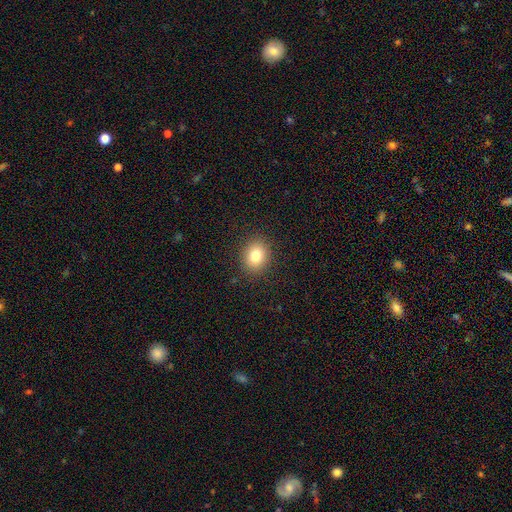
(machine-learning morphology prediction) Smooth or featured? smooth (81%)
How rounded? round (58%)
Merging? none (89%)